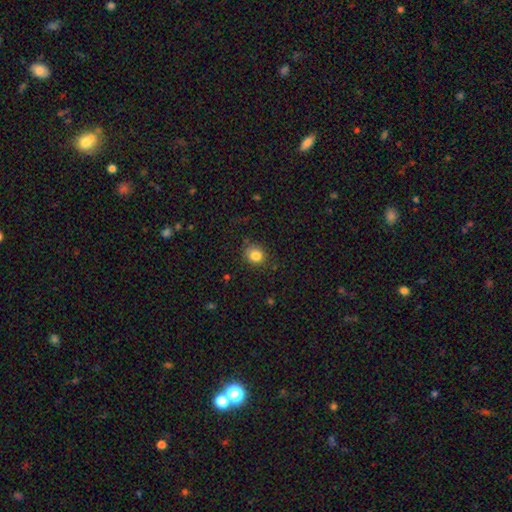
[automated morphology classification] A smooth galaxy with no disk features (84%) that is round (73%).

Vote fractions:
- Smooth or featured? smooth: 84% / star or artifact: 10% / featured or disk: 6%
- How rounded? round: 73% / in between: 26% / cigar-shaped: 1%
- Merging? none: 82% / minor disturbance: 13% / major disturbance: 4% / merger: 2%